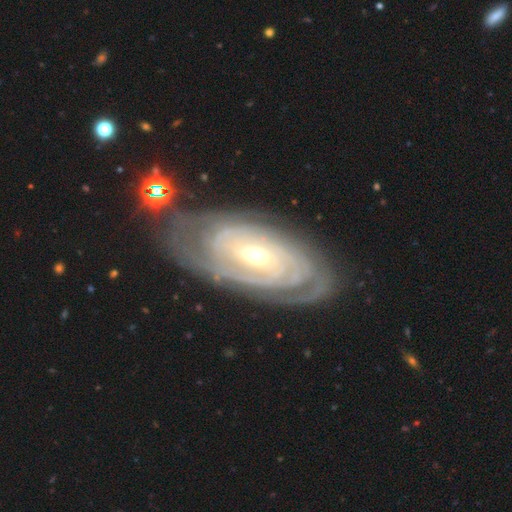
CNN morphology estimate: The model was most divided on "bulge size": moderate: 49%, small: 46%, large: 3%, none: 1%, dominant: 1%. Remaining: spiral arms — yes (95%); edge-on disk — no (93%); smooth or featured — featured or disk (87%); spiral winding — tight (82%); merging — none (73%); bar — no (52%); spiral arm count — can't tell (42%).